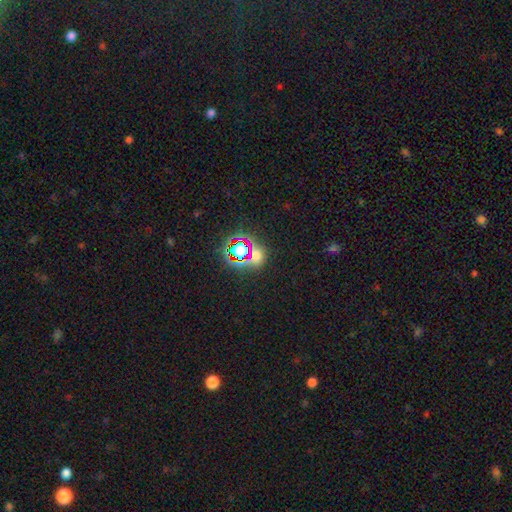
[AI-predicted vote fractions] Smooth or featured: star or artifact — 56% (smooth — 35%)